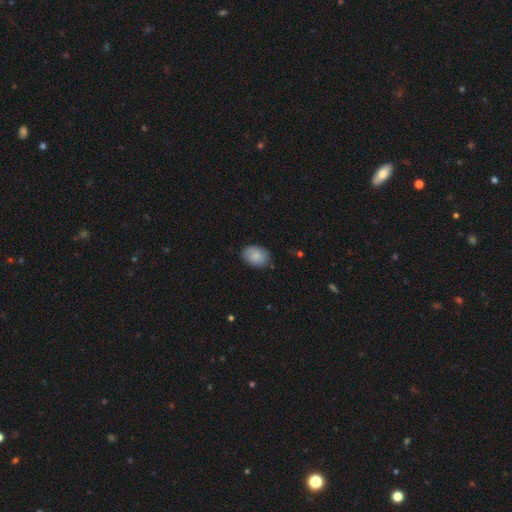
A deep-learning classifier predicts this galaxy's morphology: Smooth or featured: smooth — 86% (featured or disk — 7%)
How rounded: in between — 78% (round — 21%)
Merging: none — 81% (minor disturbance — 15%)